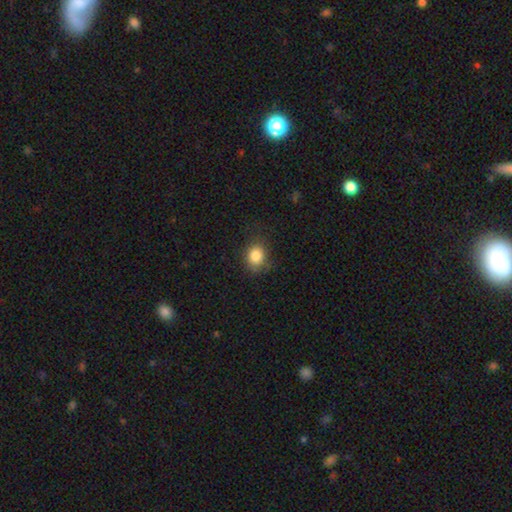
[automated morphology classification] Smooth or featured: smooth — 84% (star or artifact — 10%)
How rounded: round — 61% (in between — 38%)
Merging: none — 75% (minor disturbance — 18%)